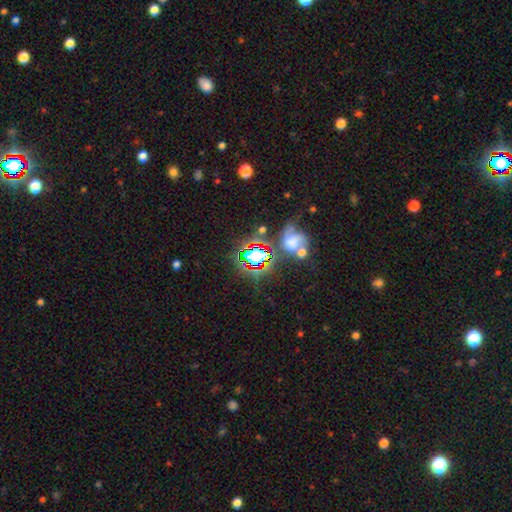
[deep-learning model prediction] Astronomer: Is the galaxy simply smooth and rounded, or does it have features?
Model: star or artifact — 57%.